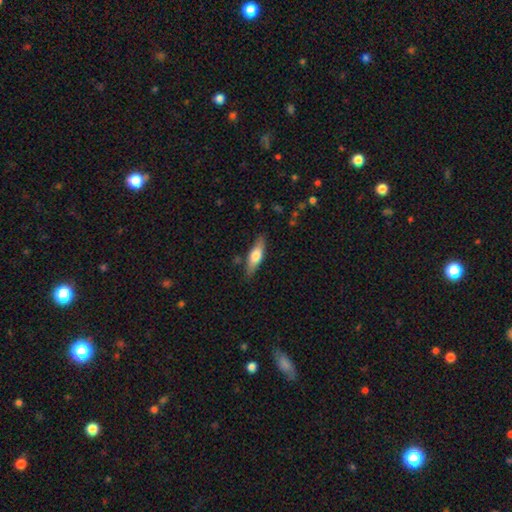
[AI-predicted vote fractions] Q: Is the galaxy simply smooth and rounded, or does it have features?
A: smooth — 62%.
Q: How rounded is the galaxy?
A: cigar-shaped — 52%.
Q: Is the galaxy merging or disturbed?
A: none — 83%.